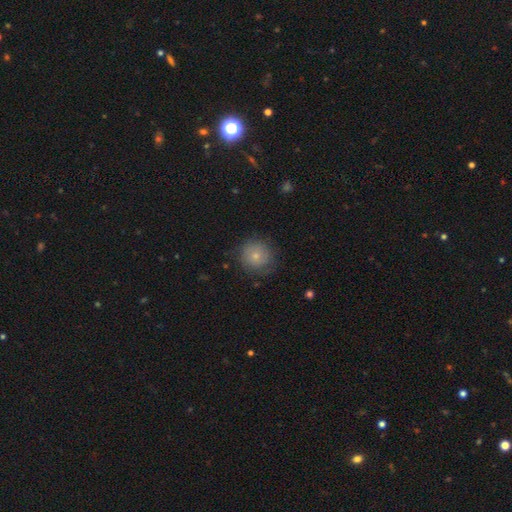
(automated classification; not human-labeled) Q: Smooth or featured?
A: smooth (75%); runner-up: featured or disk (17%)
Q: How rounded?
A: round (91%); runner-up: in between (8%)
Q: Merging?
A: none (77%); runner-up: minor disturbance (17%)